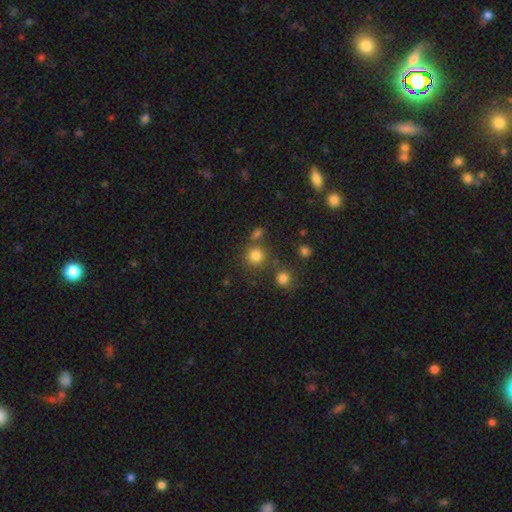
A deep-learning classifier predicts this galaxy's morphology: This appears to be a smooth galaxy with no disk features (80%) that is round (90%). Merging: none (75%).